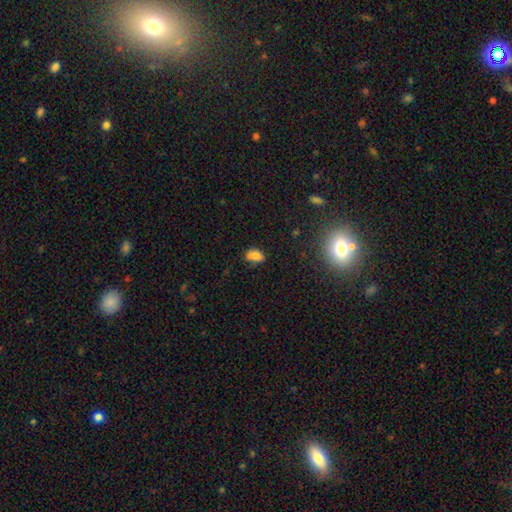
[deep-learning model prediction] This appears to be a smooth galaxy with no disk features (76%) that is in between round and cigar-shaped (82%). Merging: none (60%).